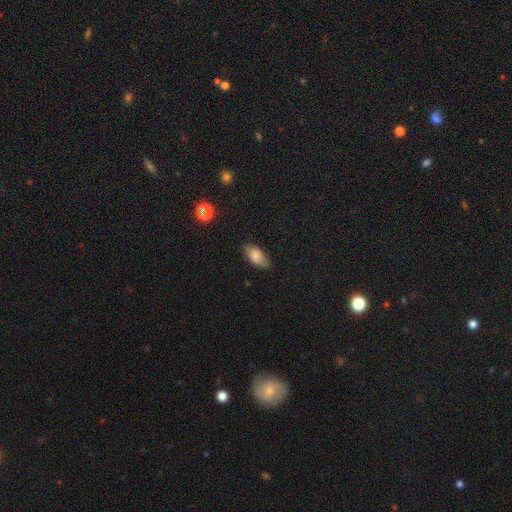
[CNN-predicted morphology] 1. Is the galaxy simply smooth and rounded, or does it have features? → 81% smooth, 11% featured or disk, 8% star or artifact.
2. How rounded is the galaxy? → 91% in between, 5% cigar-shaped, 4% round.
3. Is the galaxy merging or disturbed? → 78% none, 18% minor disturbance, 4% major disturbance, 1% merger.